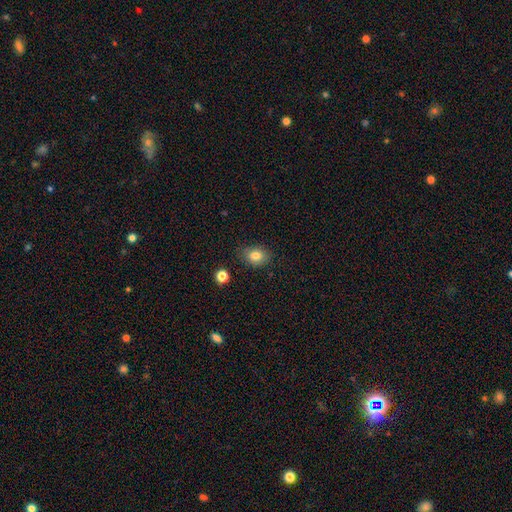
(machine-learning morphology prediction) A smooth galaxy with no disk features (82%) that is in between round and cigar-shaped (61%). Merging: none (81%).